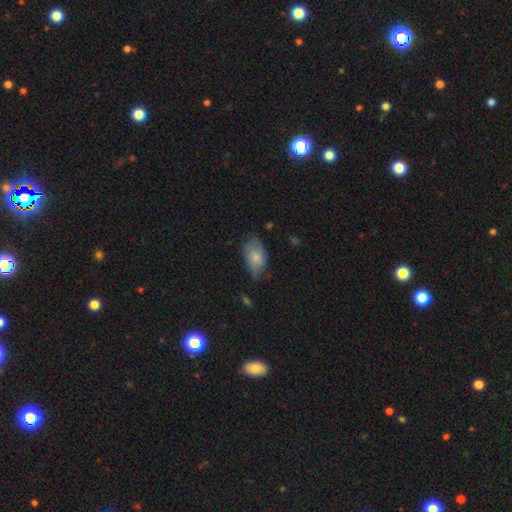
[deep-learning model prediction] This is likely a smooth galaxy (69%). How rounded: clearly in between (91%). Merging: likely none (62%).